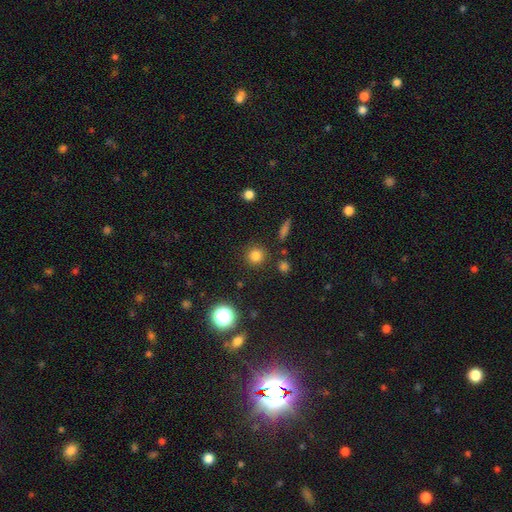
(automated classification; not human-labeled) Smooth or featured?
  - smooth: 80% *
  - star or artifact: 15%
  - featured or disk: 6%
How rounded?
  - round: 92% *
  - in between: 7%
  - cigar-shaped: 1%
Merging?
  - none: 87% *
  - minor disturbance: 7%
  - merger: 3%
  - major disturbance: 3%